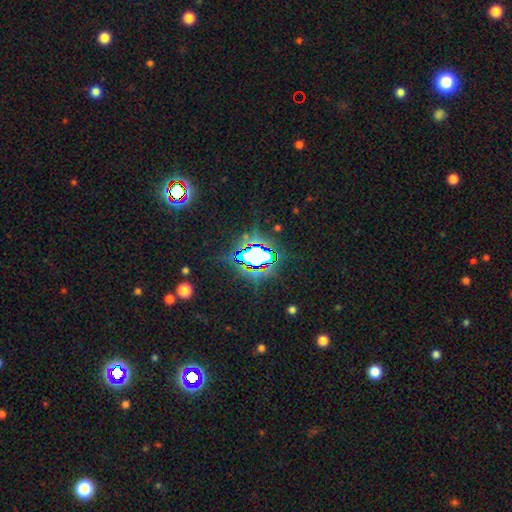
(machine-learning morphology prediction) Q: Smooth or featured?
A: star or artifact (70%); runner-up: smooth (18%)